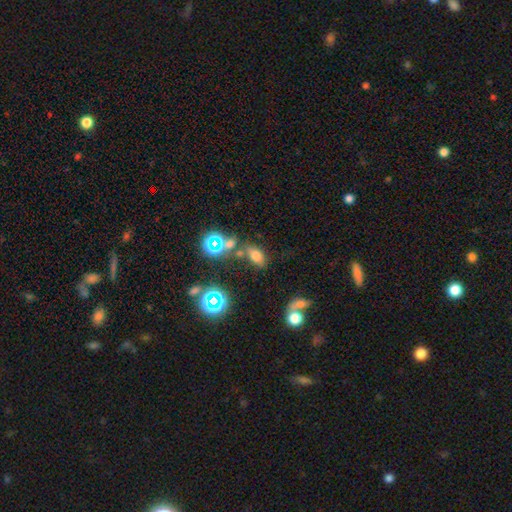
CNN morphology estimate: This is likely a smooth galaxy (68%). How rounded: clearly in between (83%). Merging: possibly none (57%).